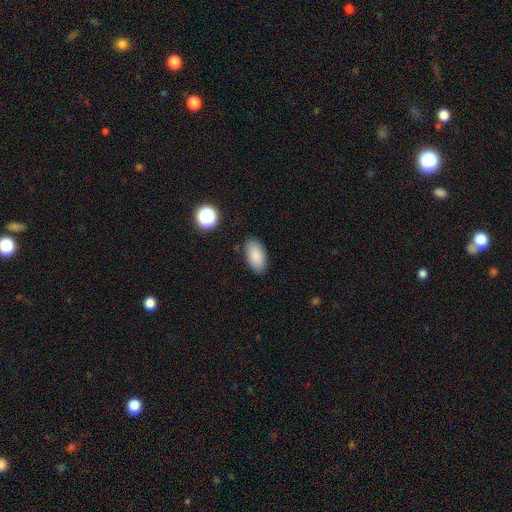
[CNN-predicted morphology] smooth-or-featured: smooth: 86% | star or artifact: 8% | featured or disk: 6%
  how-rounded: in between: 94% | round: 4% | cigar-shaped: 3%
  merging: none: 85% | minor disturbance: 11% | major disturbance: 3% | merger: 2%